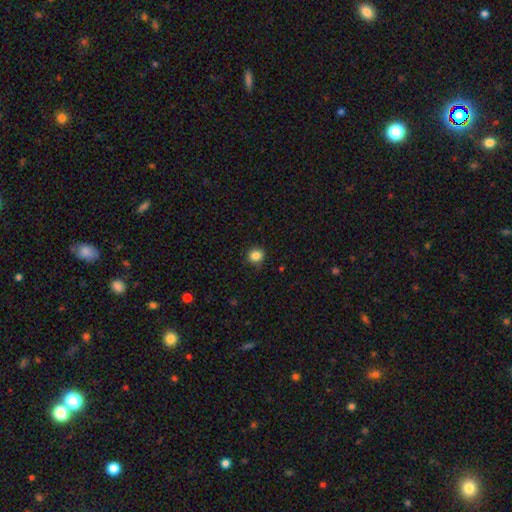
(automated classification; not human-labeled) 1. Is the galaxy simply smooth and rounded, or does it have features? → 85% smooth, 11% star or artifact, 4% featured or disk.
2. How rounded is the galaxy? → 87% round, 12% in between, 1% cigar-shaped.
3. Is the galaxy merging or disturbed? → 88% none, 9% minor disturbance, 2% major disturbance, 1% merger.